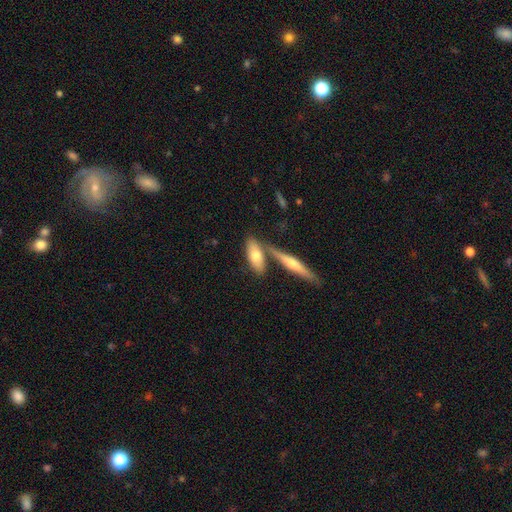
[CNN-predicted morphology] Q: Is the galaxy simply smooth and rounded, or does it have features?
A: smooth — 67%.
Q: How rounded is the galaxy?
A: in between — 71%.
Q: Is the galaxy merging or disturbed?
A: none — 61%.